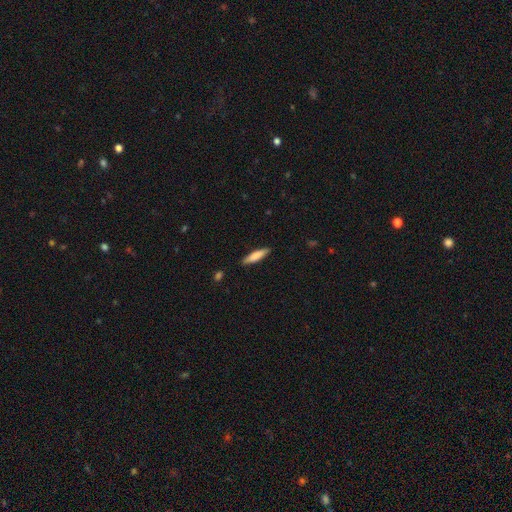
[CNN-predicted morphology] Smooth or featured?
  - smooth: 77% *
  - featured or disk: 17%
  - star or artifact: 6%
How rounded?
  - cigar-shaped: 77% *
  - in between: 21%
  - round: 1%
Merging?
  - none: 88% *
  - minor disturbance: 9%
  - major disturbance: 2%
  - merger: 1%